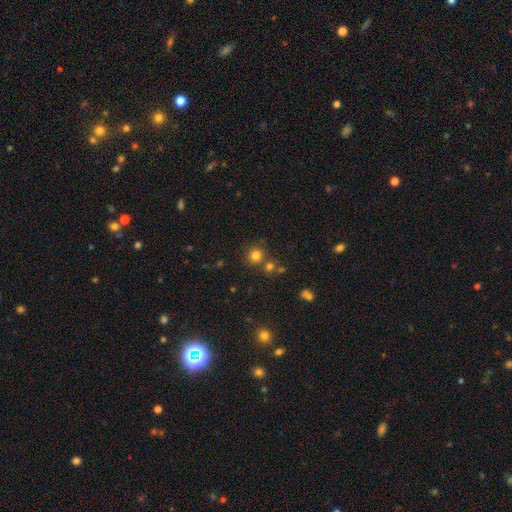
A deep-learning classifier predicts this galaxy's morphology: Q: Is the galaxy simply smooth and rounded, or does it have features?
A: smooth — 78%.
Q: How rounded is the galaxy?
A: round — 92%.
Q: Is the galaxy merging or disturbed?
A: none — 75%.